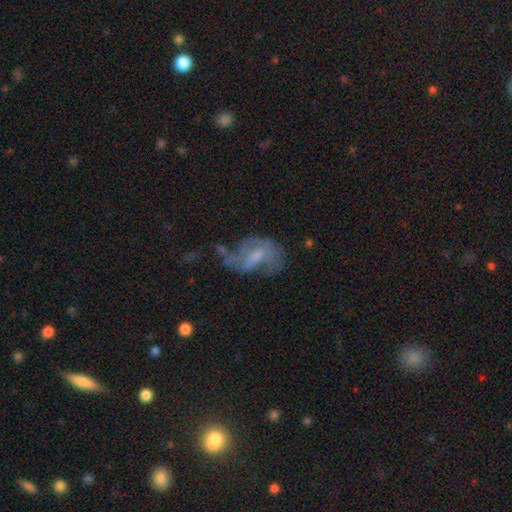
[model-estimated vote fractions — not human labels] The model was most divided on "merging": none: 35%, major disturbance: 32%, minor disturbance: 26%, merger: 7%. Remaining: edge-on disk — no (96%); spiral arms — yes (60%); smooth or featured — featured or disk (59%); bar — weak (48%); bulge size — small (44%).